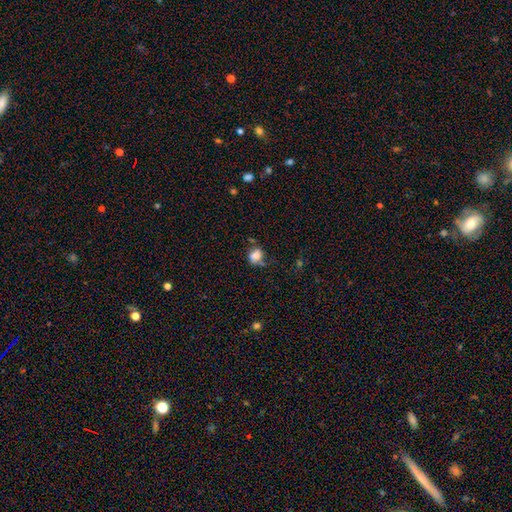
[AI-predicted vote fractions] This is likely a smooth galaxy (72%). How rounded: possibly round (56%). Merging: possibly none (50%).